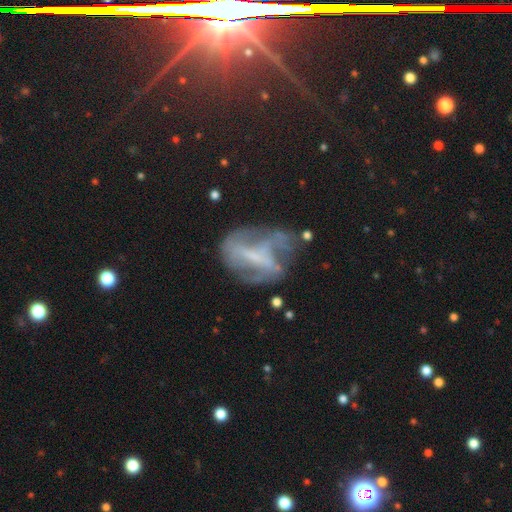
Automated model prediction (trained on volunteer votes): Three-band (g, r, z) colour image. It shows a featured or disk galaxy (65%) with no bar (36%), spiral arms (51%) and no central bulge (46%). Merging: none (40%).